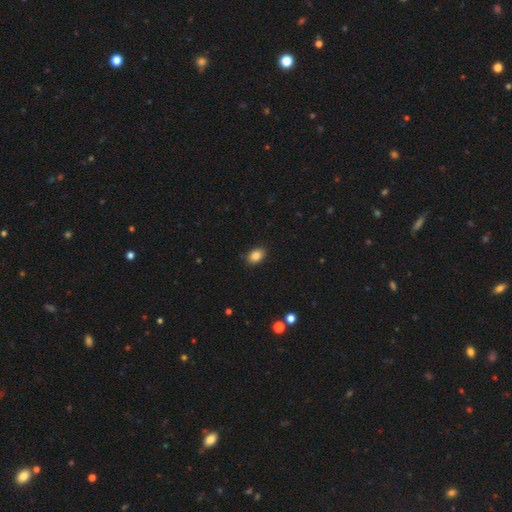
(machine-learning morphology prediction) A smooth galaxy with no disk features (86%) that is in between round and cigar-shaped (80%).

Vote fractions:
- Smooth or featured? smooth: 86% / star or artifact: 9% / featured or disk: 5%
- How rounded? in between: 80% / round: 19% / cigar-shaped: 1%
- Merging? none: 87% / minor disturbance: 10% / major disturbance: 2% / merger: 1%